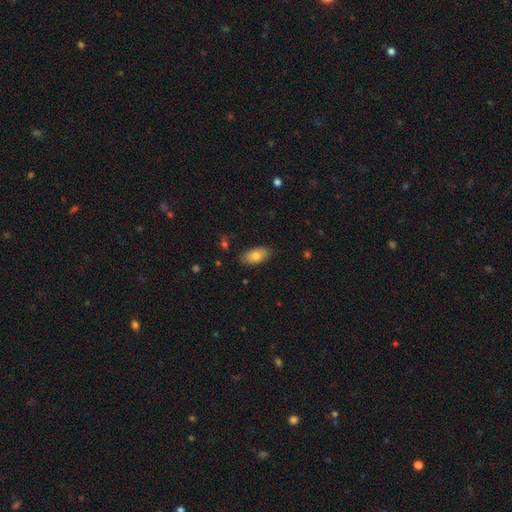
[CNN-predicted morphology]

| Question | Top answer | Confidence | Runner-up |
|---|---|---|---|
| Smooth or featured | smooth | 77% | featured or disk (16%) |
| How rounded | in between | 93% | round (4%) |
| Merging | none | 84% | minor disturbance (12%) |